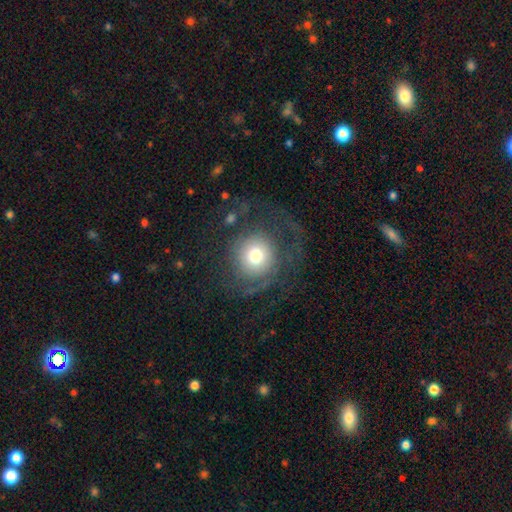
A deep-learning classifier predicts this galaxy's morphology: Q: Smooth or featured?
A: smooth (49%); runner-up: featured or disk (39%)
Q: Merging?
A: none (58%); runner-up: major disturbance (26%)